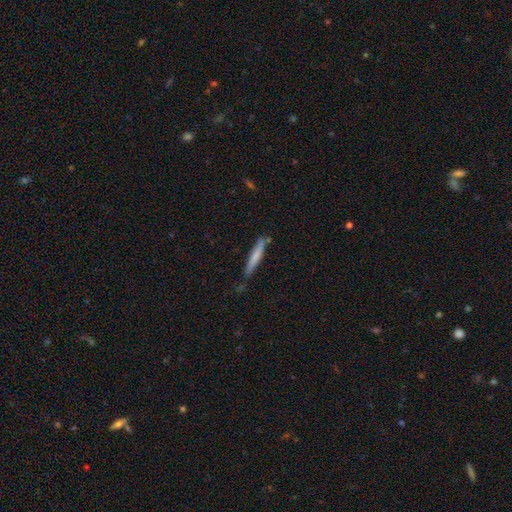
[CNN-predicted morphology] Smooth or featured: smooth — 69% (featured or disk — 26%)
How rounded: cigar-shaped — 95% (in between — 4%)
Merging: none — 76% (minor disturbance — 17%)